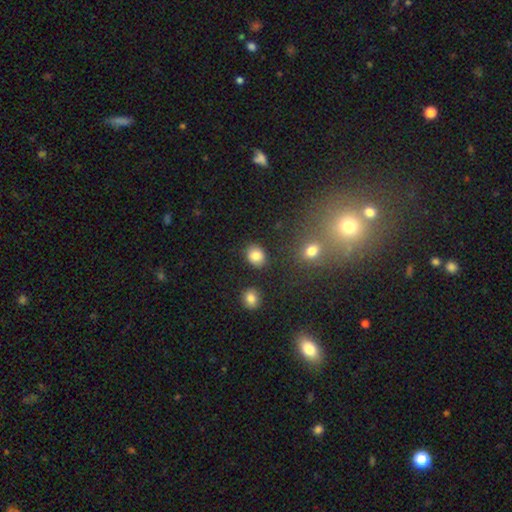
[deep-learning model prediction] smooth-or-featured: smooth: 85% | star or artifact: 9% | featured or disk: 6%
  how-rounded: round: 55% | in between: 44% | cigar-shaped: 1%
  merging: none: 86% | minor disturbance: 8% | merger: 3% | major disturbance: 3%